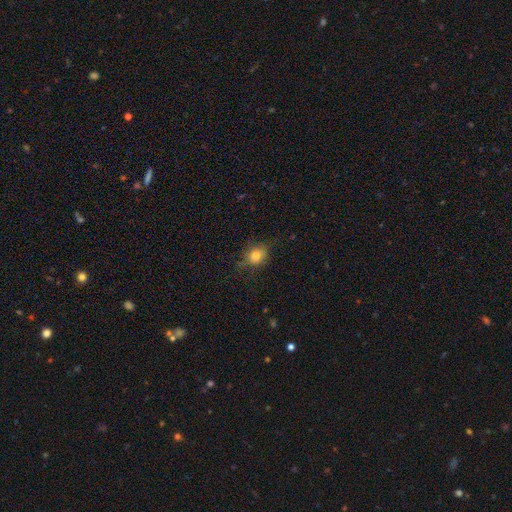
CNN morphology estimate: The model was most divided on "how rounded": round: 52%, in between: 46%, cigar-shaped: 2%. More confident: smooth or featured — smooth (79%); merging — none (68%).